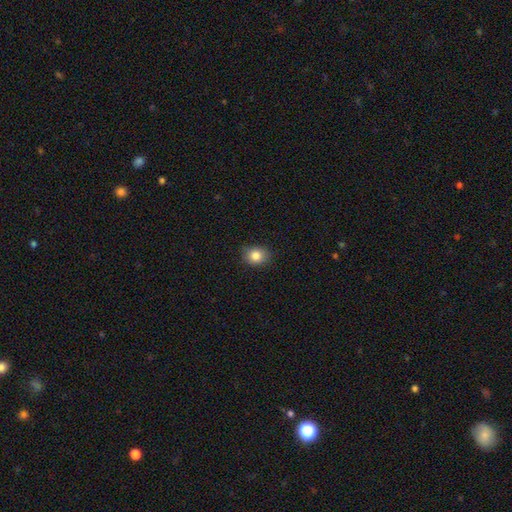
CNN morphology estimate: A smooth galaxy with no disk features (84%) that is round (53%). Merging: none (85%).